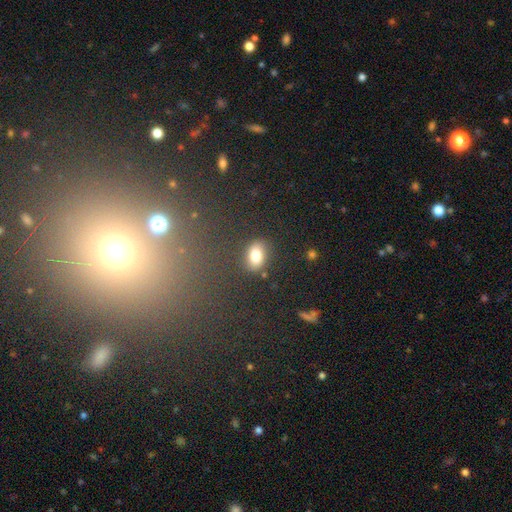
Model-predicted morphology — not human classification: type=smooth (81%); roundness=in between (75%); merging=none (80%).